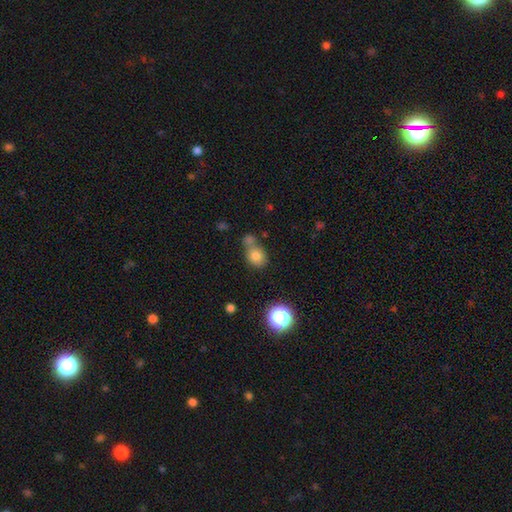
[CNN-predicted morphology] Smooth or featured: smooth — 77% (star or artifact — 13%)
How rounded: round — 63% (in between — 36%)
Merging: none — 46% (merger — 37%)